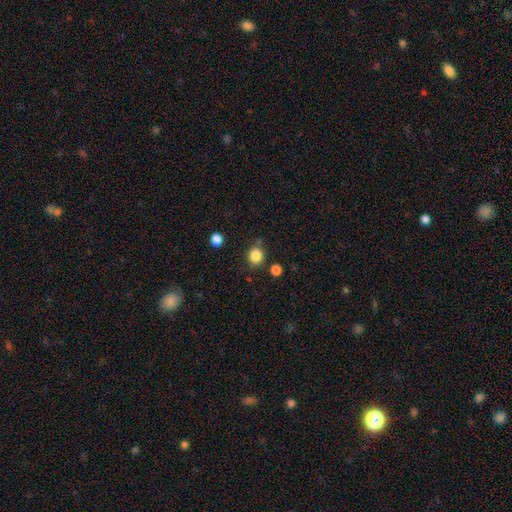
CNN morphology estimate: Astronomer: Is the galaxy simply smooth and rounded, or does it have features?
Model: smooth — 85%.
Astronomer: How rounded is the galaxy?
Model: round — 79%.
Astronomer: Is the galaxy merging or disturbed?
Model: none — 79%.